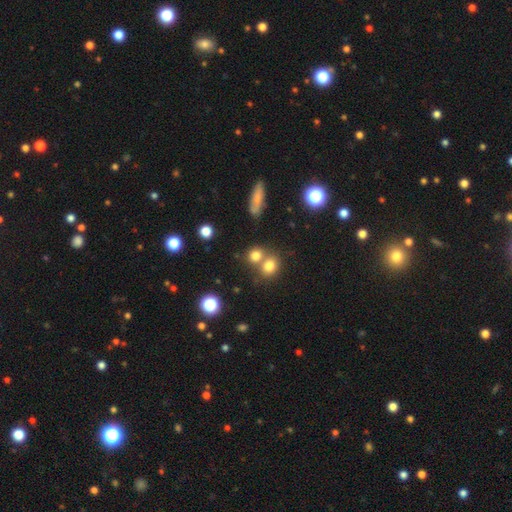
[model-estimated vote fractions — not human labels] Smooth or featured? Predicted: smooth (p=0.75). How rounded? Predicted: round (p=0.73). Merging? Predicted: none (p=0.48).